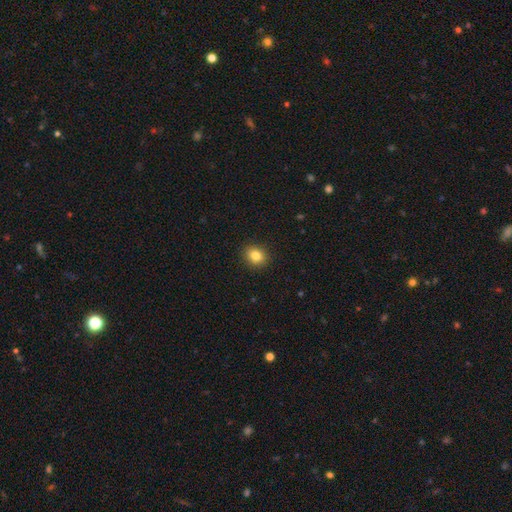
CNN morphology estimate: smooth_or_featured: smooth (p=0.83) [alt: star or artifact p=0.10]
how_rounded: round (p=0.60) [alt: in between p=0.39]
merging: none (p=0.90) [alt: minor disturbance p=0.07]